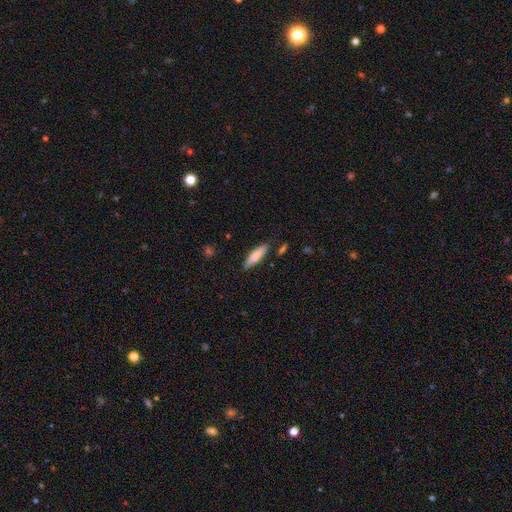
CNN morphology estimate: This appears to be a smooth galaxy with no disk features (79%) that is cigar-shaped (65%). Merging: none (80%).